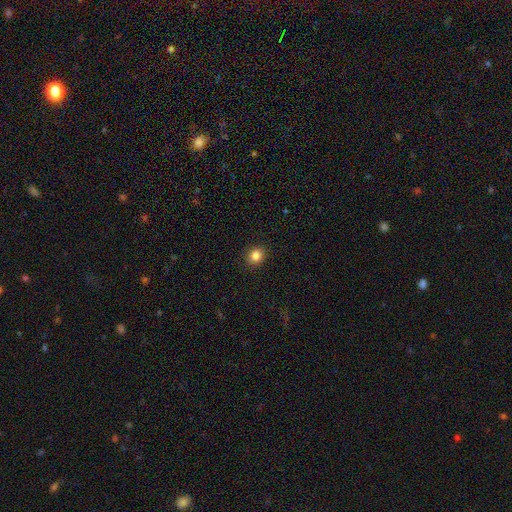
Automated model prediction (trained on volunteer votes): Smooth or featured? Predicted: smooth (p=0.84). How rounded? Predicted: round (p=0.77). Merging? Predicted: none (p=0.91).